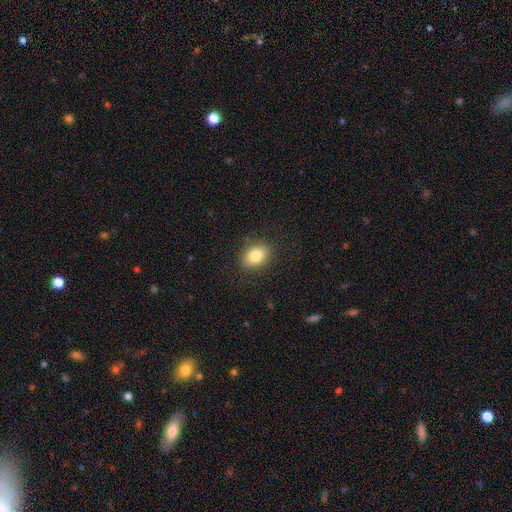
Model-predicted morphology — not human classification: A smooth galaxy with no disk features (82%) that is in between round and cigar-shaped (71%). Merging: none (84%).